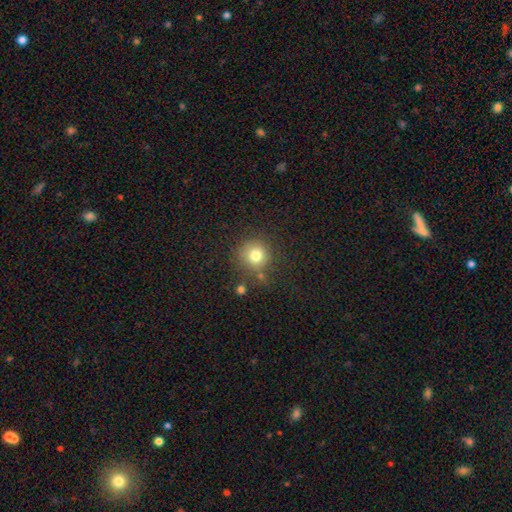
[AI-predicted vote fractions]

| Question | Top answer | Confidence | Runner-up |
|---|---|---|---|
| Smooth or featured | smooth | 79% | star or artifact (13%) |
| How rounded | round | 92% | in between (7%) |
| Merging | none | 76% | minor disturbance (13%) |